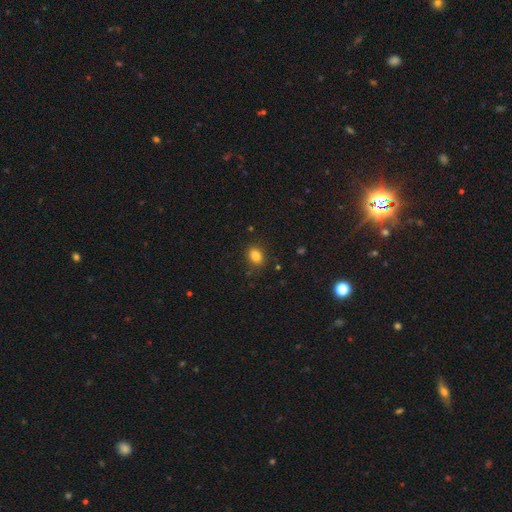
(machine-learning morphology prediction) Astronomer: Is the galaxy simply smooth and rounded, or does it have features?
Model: smooth — 84%.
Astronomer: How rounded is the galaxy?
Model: in between — 67%.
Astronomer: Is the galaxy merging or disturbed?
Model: none — 85%.